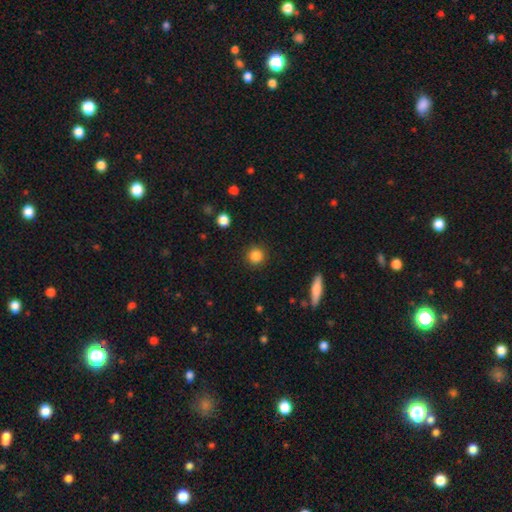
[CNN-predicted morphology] Smooth or featured? Predicted: smooth (p=0.85). How rounded? Predicted: round (p=0.93). Merging? Predicted: none (p=0.91).